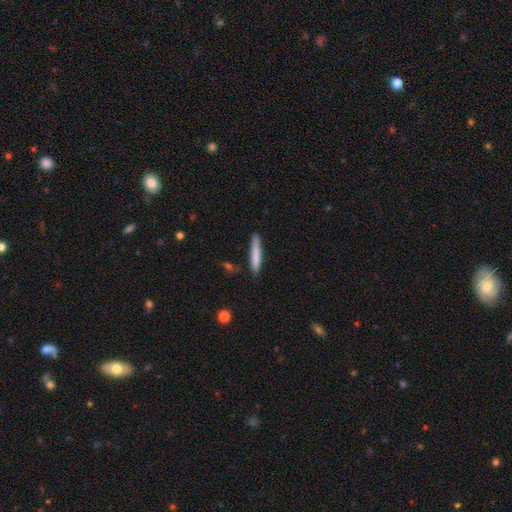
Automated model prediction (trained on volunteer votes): smooth_or_featured: smooth (p=0.77) [alt: featured or disk p=0.17]
how_rounded: cigar-shaped (p=0.93) [alt: in between p=0.06]
merging: none (p=0.82) [alt: minor disturbance p=0.13]